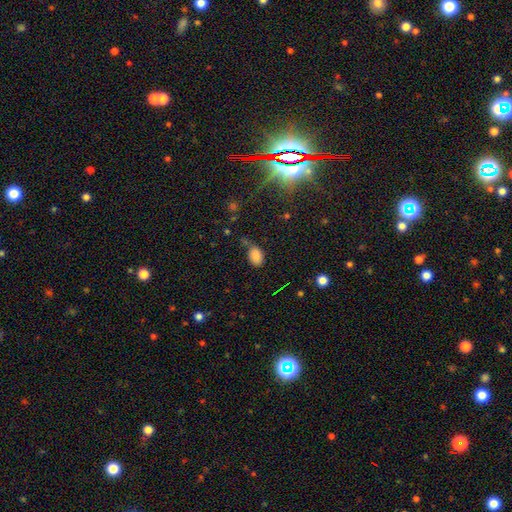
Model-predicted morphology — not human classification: smooth-or-featured: smooth: 82% | star or artifact: 12% | featured or disk: 6%
  how-rounded: in between: 85% | round: 14% | cigar-shaped: 1%
  merging: none: 54% | minor disturbance: 29% | major disturbance: 9% | merger: 8%